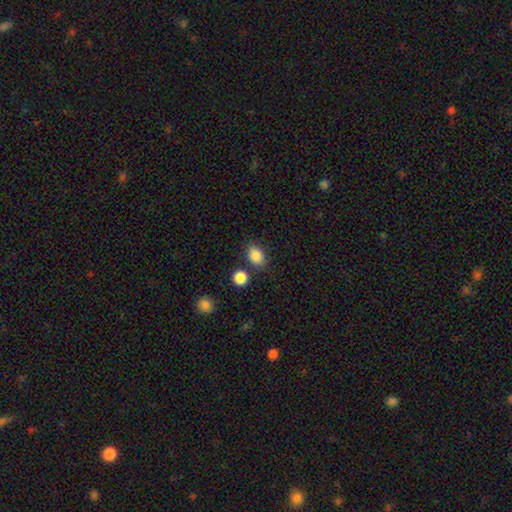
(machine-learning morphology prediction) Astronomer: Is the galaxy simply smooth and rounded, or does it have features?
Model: smooth — 86%.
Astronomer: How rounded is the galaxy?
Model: in between — 73%.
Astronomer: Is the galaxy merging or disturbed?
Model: none — 73%.